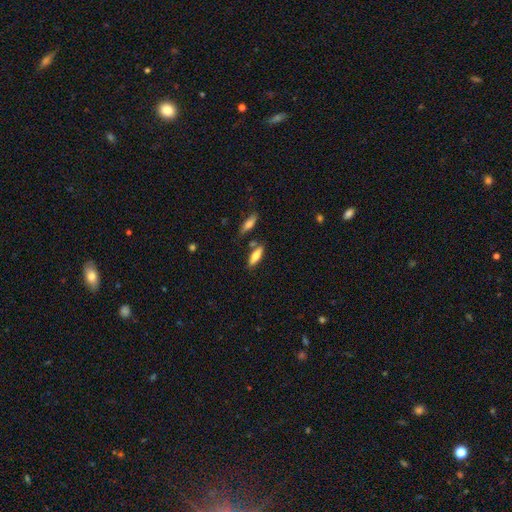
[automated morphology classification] Smooth or featured?
  - smooth: 70% *
  - featured or disk: 23%
  - star or artifact: 7%
How rounded?
  - in between: 52% *
  - cigar-shaped: 45%
  - round: 2%
Merging?
  - none: 73% *
  - minor disturbance: 13%
  - merger: 11%
  - major disturbance: 3%